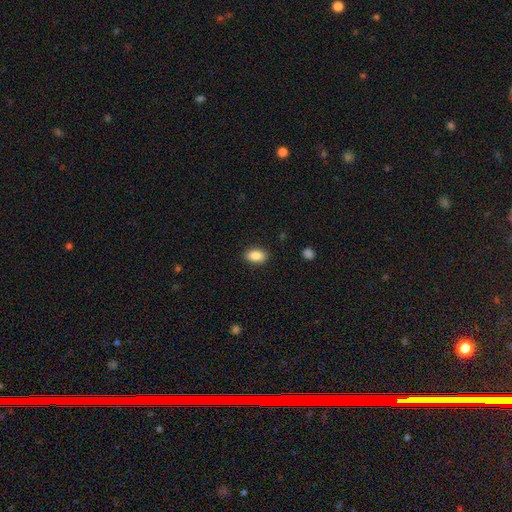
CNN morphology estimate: Smooth or featured? smooth (85%)
How rounded? in between (88%)
Merging? none (89%)